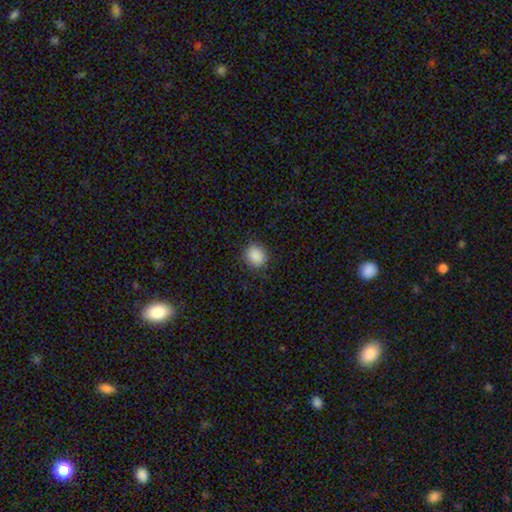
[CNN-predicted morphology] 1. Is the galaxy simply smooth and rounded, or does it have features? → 88% smooth, 9% star or artifact, 3% featured or disk.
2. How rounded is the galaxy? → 76% round, 23% in between, 1% cigar-shaped.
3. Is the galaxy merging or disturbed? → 88% none, 8% minor disturbance, 3% major disturbance, 1% merger.